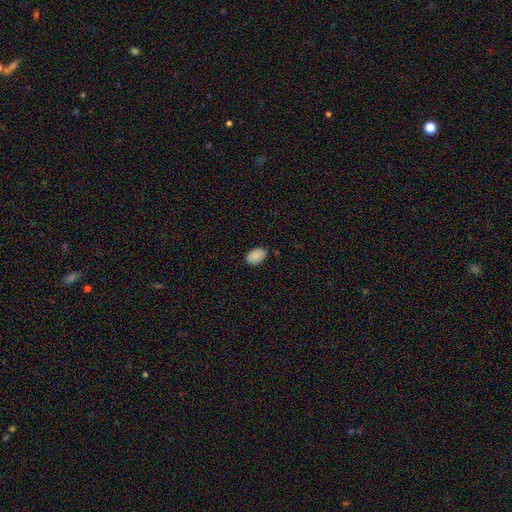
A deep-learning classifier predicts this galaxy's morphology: This appears to be a smooth galaxy with no disk features (88%) that is in between round and cigar-shaped (89%). Merging: none (83%).